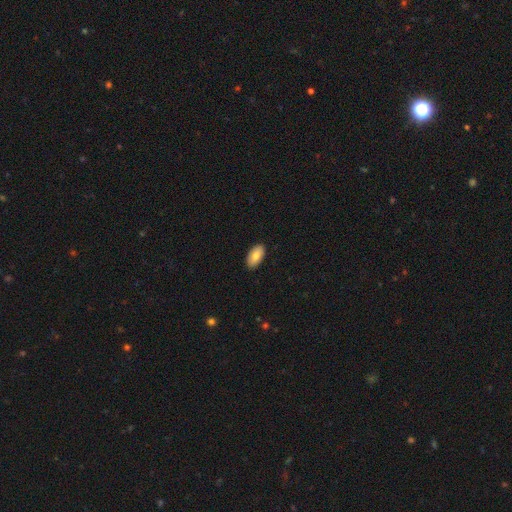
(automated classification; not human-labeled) Smooth or featured?
  - smooth: 81% *
  - featured or disk: 13%
  - star or artifact: 6%
How rounded?
  - in between: 95% *
  - cigar-shaped: 3%
  - round: 2%
Merging?
  - none: 90% *
  - minor disturbance: 8%
  - major disturbance: 2%
  - merger: 1%